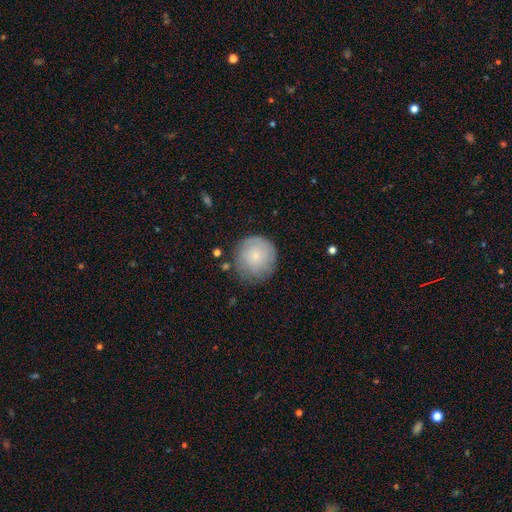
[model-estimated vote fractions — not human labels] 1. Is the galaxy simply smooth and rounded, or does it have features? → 70% smooth, 23% featured or disk, 7% star or artifact.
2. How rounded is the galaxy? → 93% round, 6% in between, 1% cigar-shaped.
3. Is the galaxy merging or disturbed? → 71% none, 20% minor disturbance, 6% major disturbance, 2% merger.